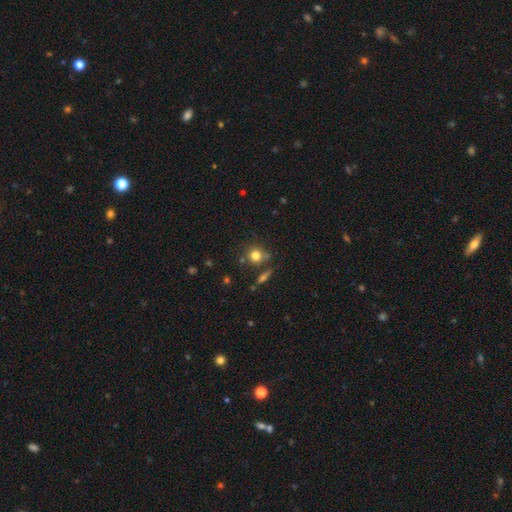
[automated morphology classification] Smooth or featured?
  - smooth: 78% *
  - star or artifact: 12%
  - featured or disk: 9%
How rounded?
  - round: 85% *
  - in between: 13%
  - cigar-shaped: 2%
Merging?
  - none: 71% *
  - minor disturbance: 14%
  - merger: 11%
  - major disturbance: 4%